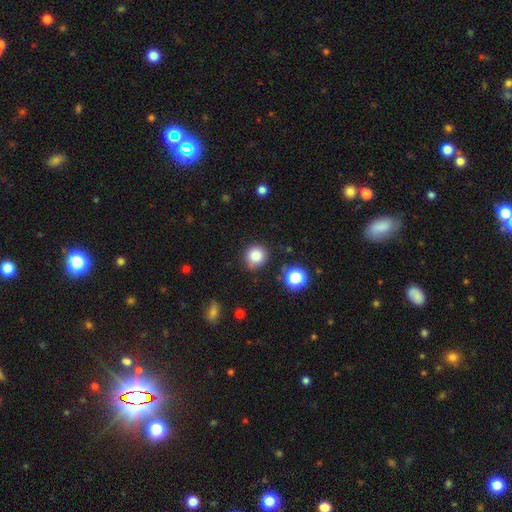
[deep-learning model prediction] A smooth galaxy with no disk features (83%) that is round (90%).

Vote fractions:
- Smooth or featured? smooth: 83% / star or artifact: 12% / featured or disk: 5%
- How rounded? round: 90% / in between: 9% / cigar-shaped: 1%
- Merging? none: 81% / minor disturbance: 13% / merger: 3% / major disturbance: 3%